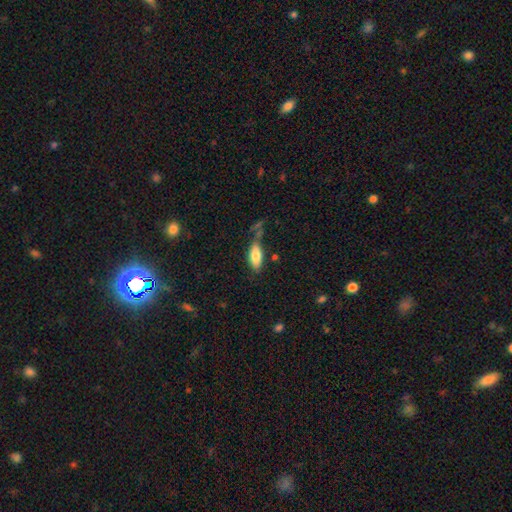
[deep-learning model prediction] This is likely a smooth galaxy (80%). How rounded: clearly in between (82%). Merging: likely none (61%).